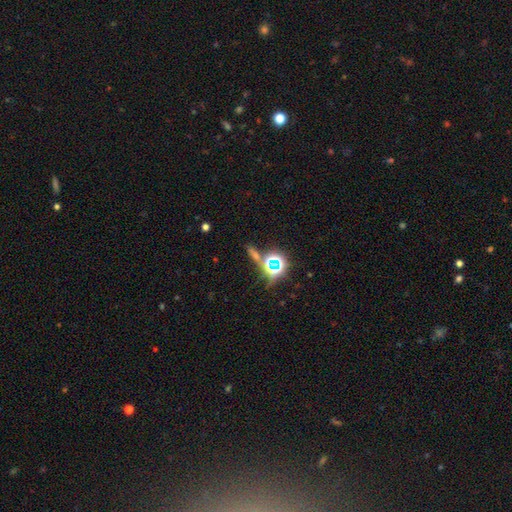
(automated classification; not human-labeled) The model was most divided on "smooth or featured": star or artifact: 67%, smooth: 20%, featured or disk: 12%.